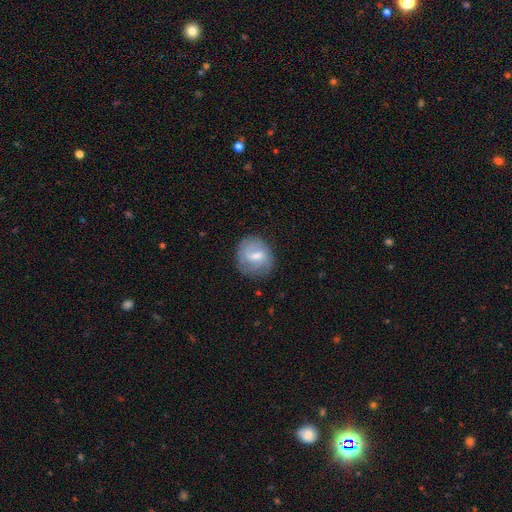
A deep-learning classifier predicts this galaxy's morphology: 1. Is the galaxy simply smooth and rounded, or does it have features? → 50% featured or disk, 43% smooth, 7% star or artifact.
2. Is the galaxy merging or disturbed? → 72% none, 18% minor disturbance, 8% major disturbance, 1% merger.